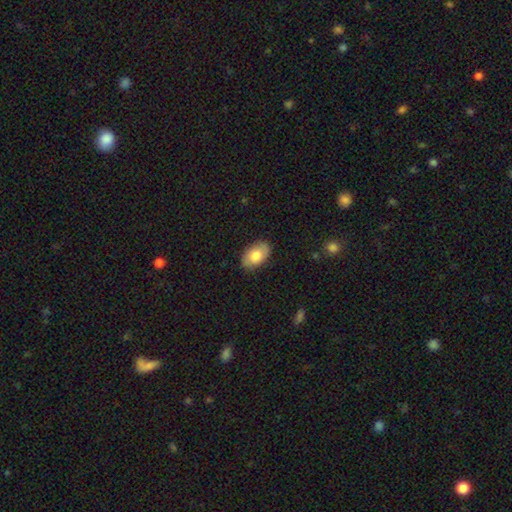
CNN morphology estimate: A smooth galaxy with no disk features (72%) that is in between round and cigar-shaped (92%).

Vote fractions:
- Smooth or featured? smooth: 72% / featured or disk: 22% / star or artifact: 6%
- How rounded? in between: 92% / round: 7% / cigar-shaped: 1%
- Merging? none: 83% / minor disturbance: 13% / major disturbance: 3% / merger: 1%